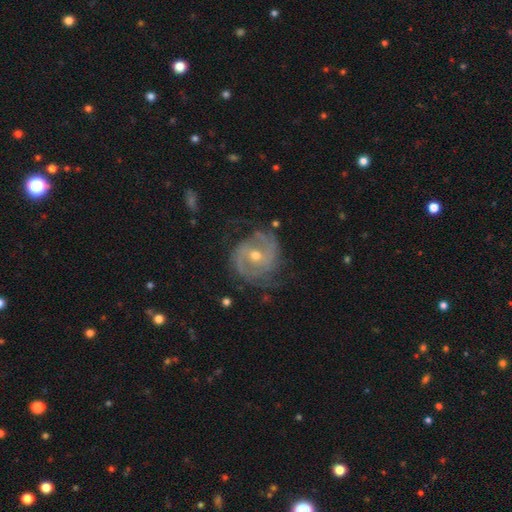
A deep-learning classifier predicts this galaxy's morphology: This appears to be a featured or disk galaxy (85%) with no bar (45%), 2 (61%) tight (47%) spiral arms (92%) and a moderate central bulge (56%). Merging: none (68%).